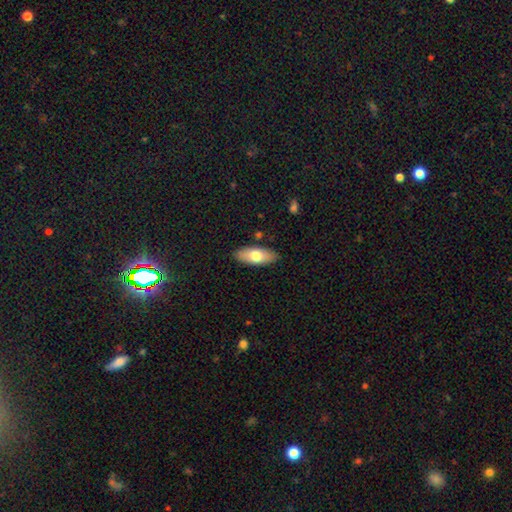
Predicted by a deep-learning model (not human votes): This appears to be a smooth galaxy with no disk features (70%) that is in between round and cigar-shaped (83%). Merging: none (87%).